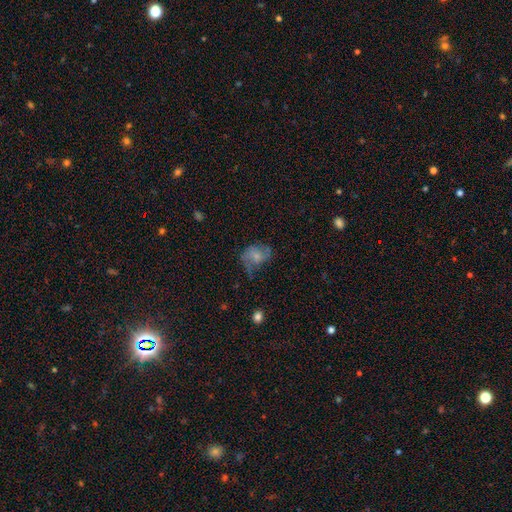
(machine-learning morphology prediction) Smooth or featured?
  - smooth: 48% *
  - featured or disk: 42%
  - star or artifact: 10%
Merging?
  - none: 40% *
  - minor disturbance: 29%
  - major disturbance: 28%
  - merger: 3%